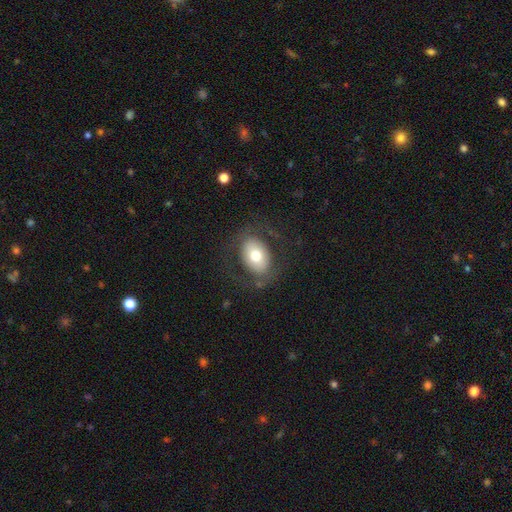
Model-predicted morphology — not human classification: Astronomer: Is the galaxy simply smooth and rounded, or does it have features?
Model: smooth — 65%.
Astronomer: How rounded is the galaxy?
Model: in between — 77%.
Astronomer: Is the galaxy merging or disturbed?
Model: none — 73%.